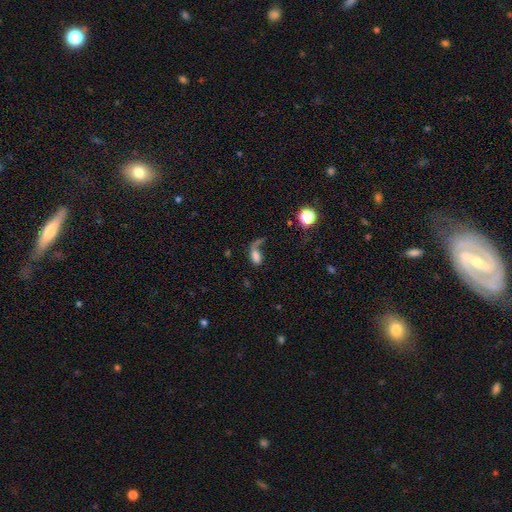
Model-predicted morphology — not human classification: Q: Smooth or featured?
A: smooth (68%); runner-up: featured or disk (18%)
Q: How rounded?
A: in between (82%); runner-up: round (10%)
Q: Merging?
A: none (32%); runner-up: major disturbance (30%)